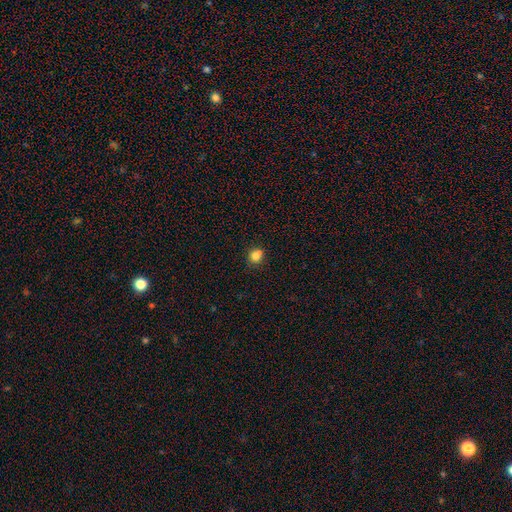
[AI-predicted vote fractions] smooth-or-featured: smooth: 80% | star or artifact: 12% | featured or disk: 8%
  how-rounded: round: 78% | in between: 21% | cigar-shaped: 1%
  merging: none: 60% | merger: 21% | minor disturbance: 15% | major disturbance: 4%